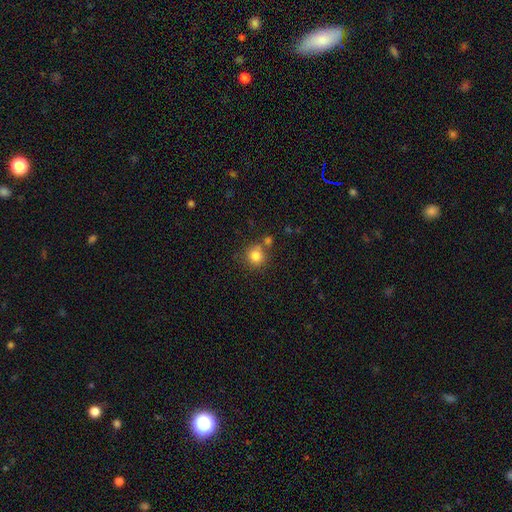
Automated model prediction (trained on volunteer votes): Smooth or featured? smooth (82%)
How rounded? round (90%)
Merging? none (68%)